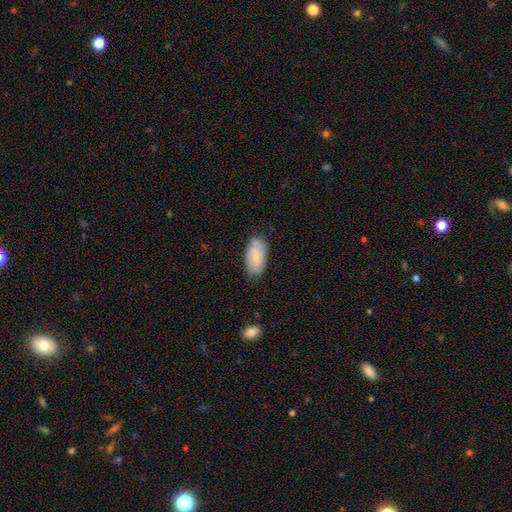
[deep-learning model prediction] smooth_or_featured: smooth (p=0.70) [alt: featured or disk p=0.23]
how_rounded: in between (p=0.93) [alt: cigar-shaped p=0.04]
merging: none (p=0.75) [alt: minor disturbance p=0.20]